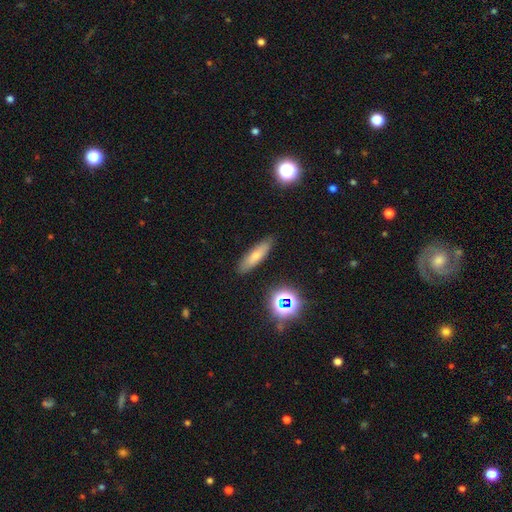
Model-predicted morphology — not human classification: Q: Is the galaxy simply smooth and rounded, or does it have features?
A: smooth — 61%.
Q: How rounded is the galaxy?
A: cigar-shaped — 67%.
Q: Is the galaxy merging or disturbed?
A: none — 88%.